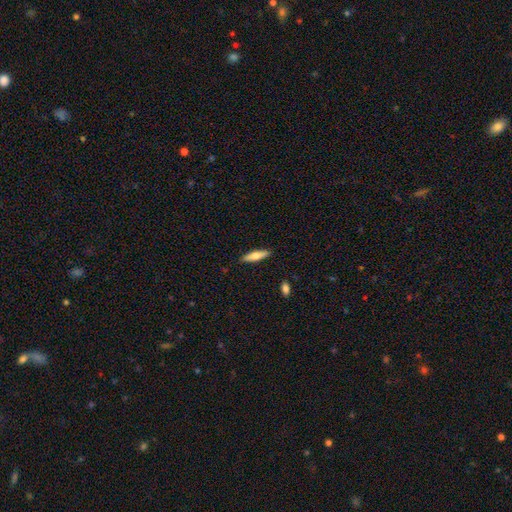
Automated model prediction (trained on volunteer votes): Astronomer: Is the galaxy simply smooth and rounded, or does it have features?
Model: smooth — 64%.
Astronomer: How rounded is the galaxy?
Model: cigar-shaped — 72%.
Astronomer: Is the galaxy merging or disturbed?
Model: none — 89%.